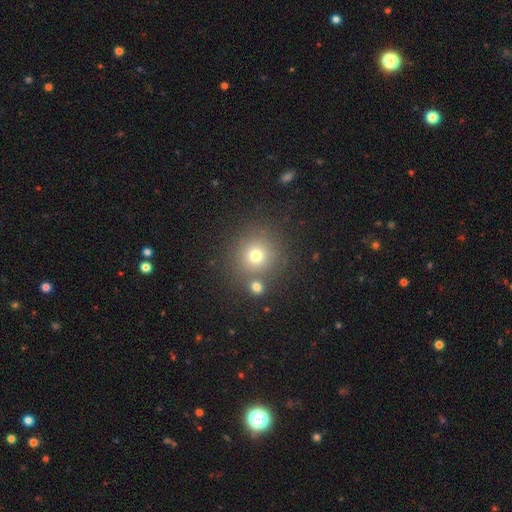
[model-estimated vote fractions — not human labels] A smooth galaxy with no disk features (72%) that is round (92%). Merging: none (75%).